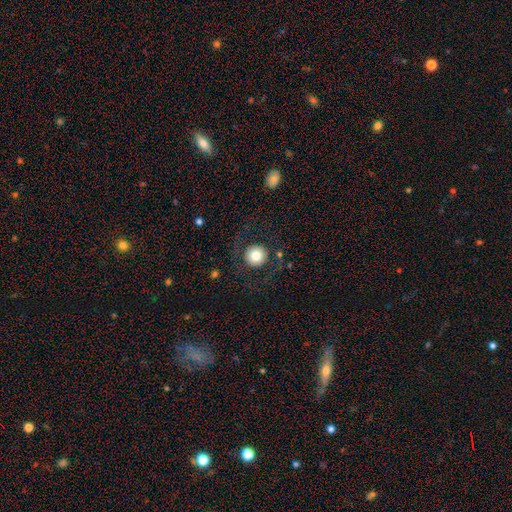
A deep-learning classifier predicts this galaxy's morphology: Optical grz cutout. It shows a smooth galaxy with no disk features (73%) that is round (95%). Merging: none (83%).